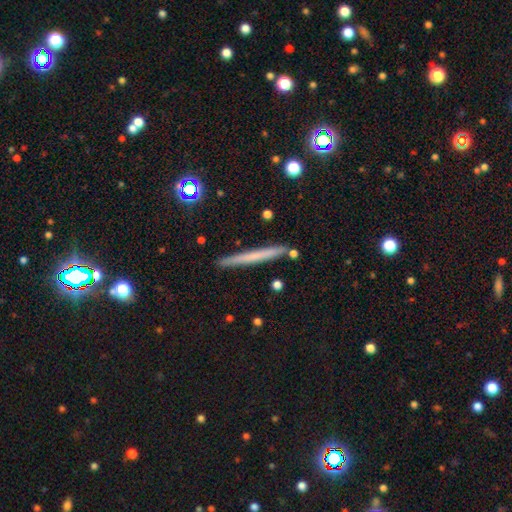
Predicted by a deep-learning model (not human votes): A smooth galaxy with no disk features (53%) that is cigar-shaped (97%). Merging: none (89%).